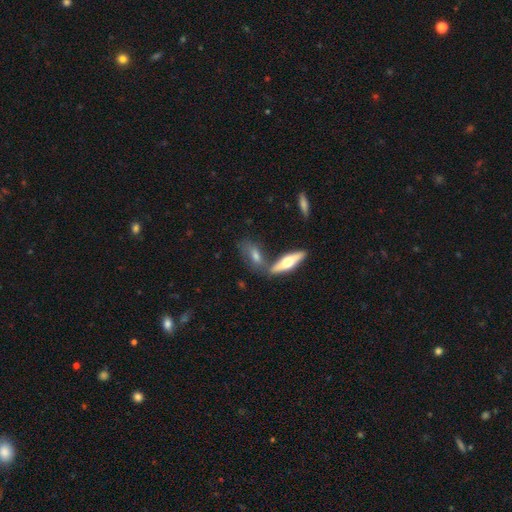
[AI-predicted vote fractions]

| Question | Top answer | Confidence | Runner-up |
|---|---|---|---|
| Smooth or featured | smooth | 52% | featured or disk (40%) |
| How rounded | in between | 58% | cigar-shaped (38%) |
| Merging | none | 52% | merger (29%) |